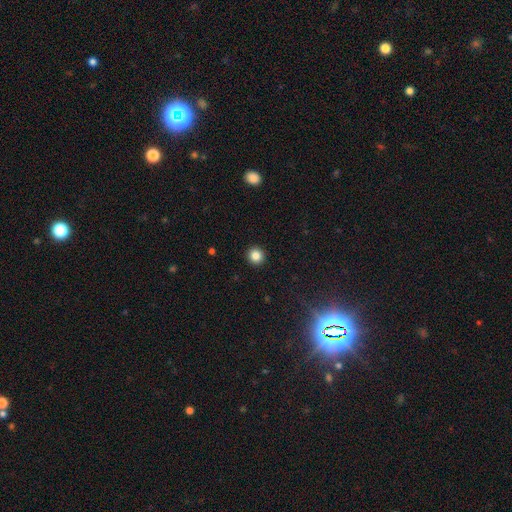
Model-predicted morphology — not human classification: type=smooth (84%); roundness=round (95%); merging=none (94%).